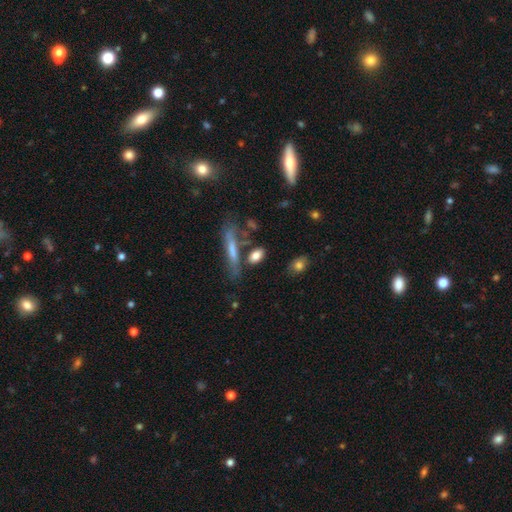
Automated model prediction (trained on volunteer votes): Overall: smooth (76%). How rounded: in between (69%). Merging: none (61%).